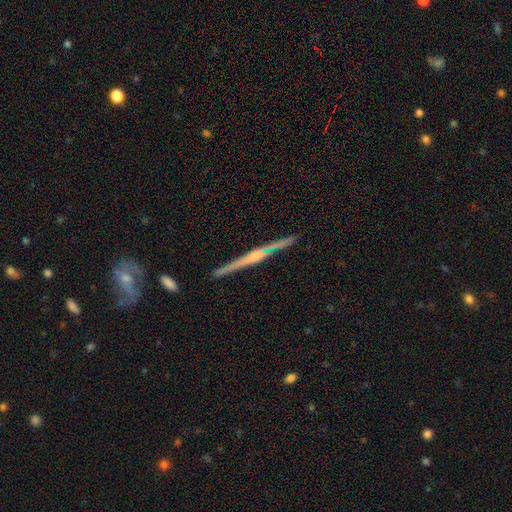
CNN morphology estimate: Smooth or featured?
  - featured or disk: 85% *
  - smooth: 10%
  - star or artifact: 6%
Edge-on disk?
  - yes: 98% *
  - no: 2%
Edge-on bulge?
  - rounded: 81% *
  - none: 12%
  - boxy: 8%
Merging?
  - none: 88% *
  - minor disturbance: 8%
  - merger: 2%
  - major disturbance: 2%